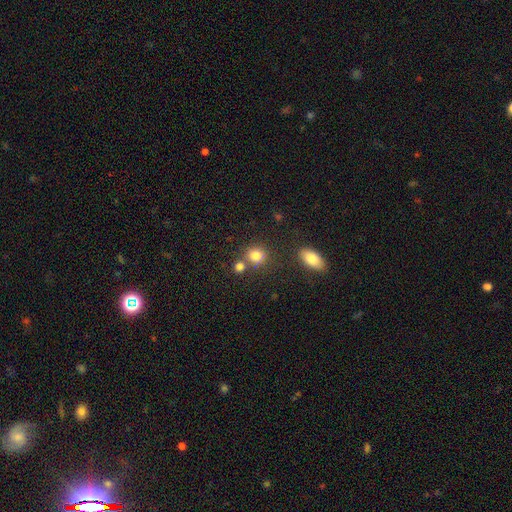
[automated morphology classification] Overall: smooth (80%). How rounded: round (77%). Merging: none (64%).